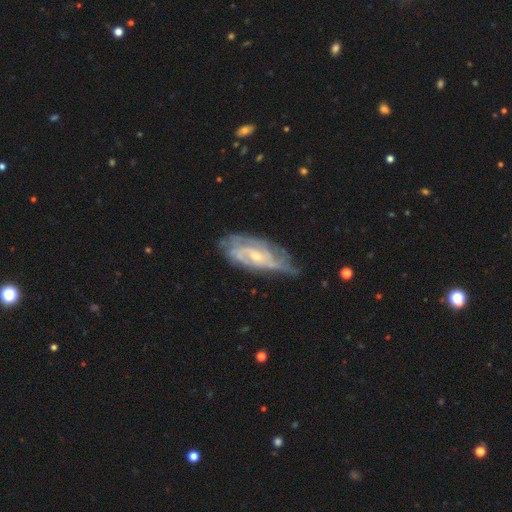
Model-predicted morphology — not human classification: featured or disk 82%, smooth 12%, star or artifact 6%. Down the decision tree: edge-on disk — no (91%); bar — no (59%); spiral arms — yes (92%); spiral arm count — can't tell (36%); spiral winding — tight (52%); bulge size — small (62%); merging — none (60%).